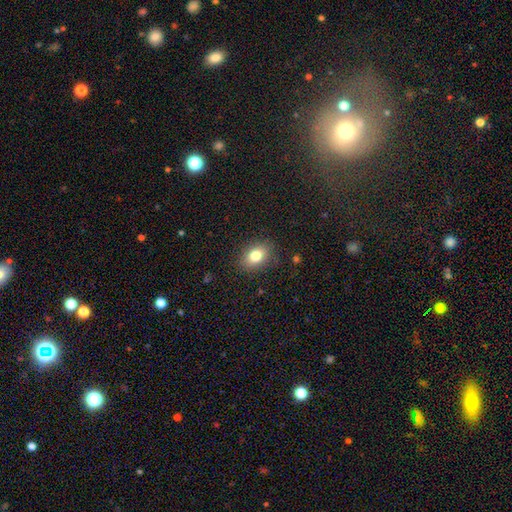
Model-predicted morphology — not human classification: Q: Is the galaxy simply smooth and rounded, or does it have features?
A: smooth — 80%.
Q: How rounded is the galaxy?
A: in between — 75%.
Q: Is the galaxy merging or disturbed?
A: none — 86%.